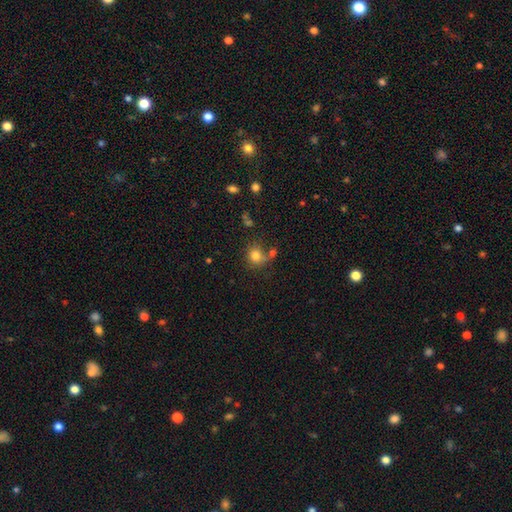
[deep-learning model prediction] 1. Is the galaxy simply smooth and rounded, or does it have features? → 79% smooth, 12% star or artifact, 8% featured or disk.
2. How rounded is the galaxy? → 80% round, 19% in between, 1% cigar-shaped.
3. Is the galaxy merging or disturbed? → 61% none, 18% merger, 15% minor disturbance, 7% major disturbance.